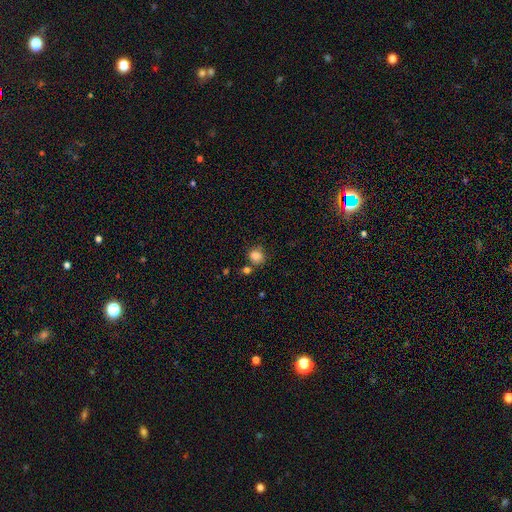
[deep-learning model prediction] Smooth or featured?
  - smooth: 83% *
  - star or artifact: 11%
  - featured or disk: 6%
How rounded?
  - round: 79% *
  - in between: 20%
  - cigar-shaped: 1%
Merging?
  - none: 70% *
  - minor disturbance: 14%
  - merger: 12%
  - major disturbance: 4%